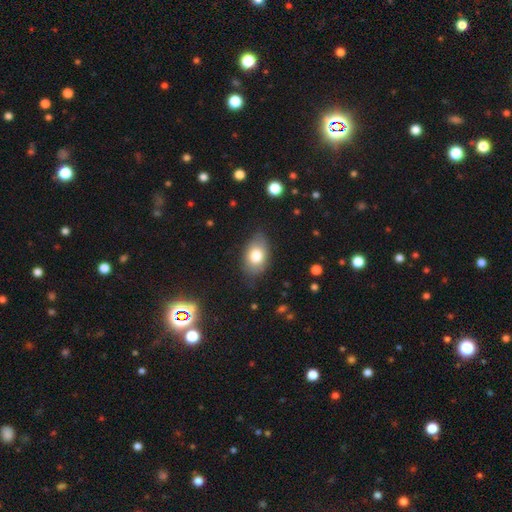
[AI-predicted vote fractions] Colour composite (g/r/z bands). It shows a smooth galaxy with no disk features (77%) that is in between round and cigar-shaped (88%). Merging: none (76%).